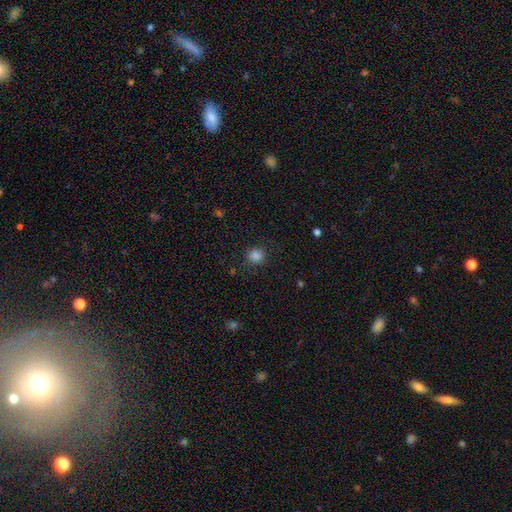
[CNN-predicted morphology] smooth-or-featured: smooth: 85% | star or artifact: 12% | featured or disk: 3%
  how-rounded: round: 90% | in between: 9% | cigar-shaped: 1%
  merging: none: 87% | minor disturbance: 9% | major disturbance: 3% | merger: 1%